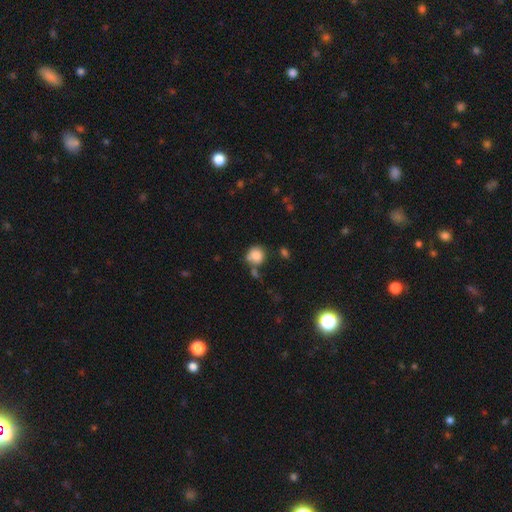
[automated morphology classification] Smooth or featured: smooth — 84% (star or artifact — 10%)
How rounded: round — 82% (in between — 17%)
Merging: none — 58% (minor disturbance — 19%)